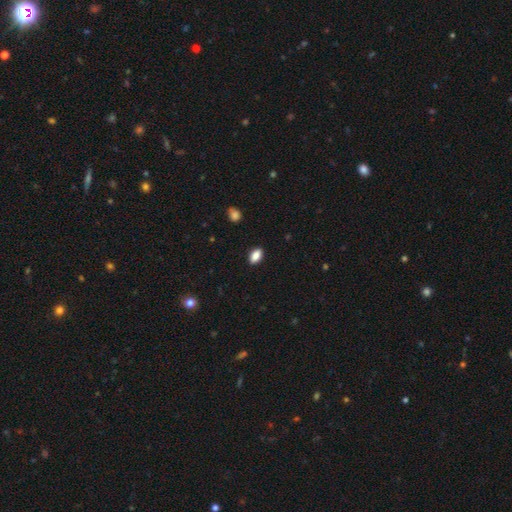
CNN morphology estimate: Smooth or featured? Predicted: smooth (p=0.87). How rounded? Predicted: in between (p=0.89). Merging? Predicted: none (p=0.89).